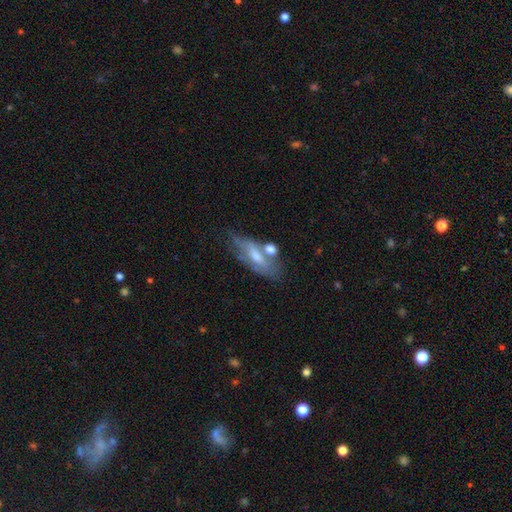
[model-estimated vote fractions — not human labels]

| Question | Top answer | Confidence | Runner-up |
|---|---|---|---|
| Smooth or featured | smooth | 49% | featured or disk (43%) |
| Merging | none | 37% | merger (28%) |